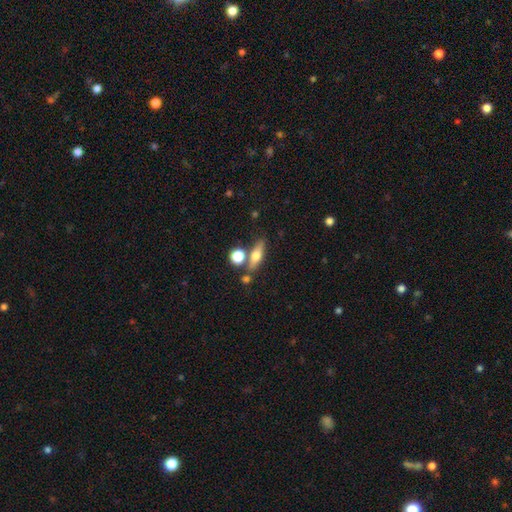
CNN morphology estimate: smooth 50%, featured or disk 41%, star or artifact 9%. Down the decision tree: merging — none (70%).